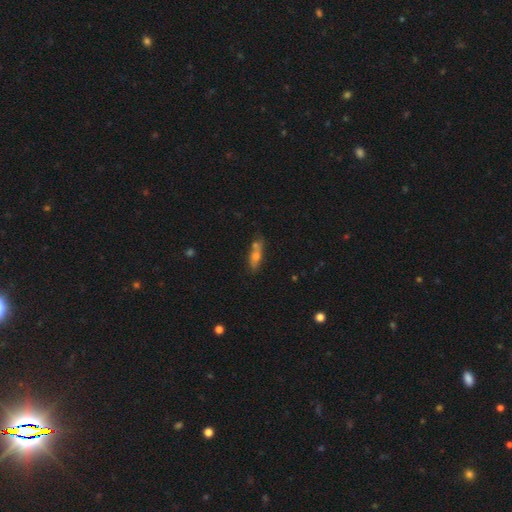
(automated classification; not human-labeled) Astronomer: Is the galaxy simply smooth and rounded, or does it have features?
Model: smooth — 52% (runner-up: featured or disk, 35%).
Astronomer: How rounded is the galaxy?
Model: cigar-shaped — 51% (runner-up: in between, 44%).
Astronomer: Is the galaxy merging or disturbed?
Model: none — 56%.